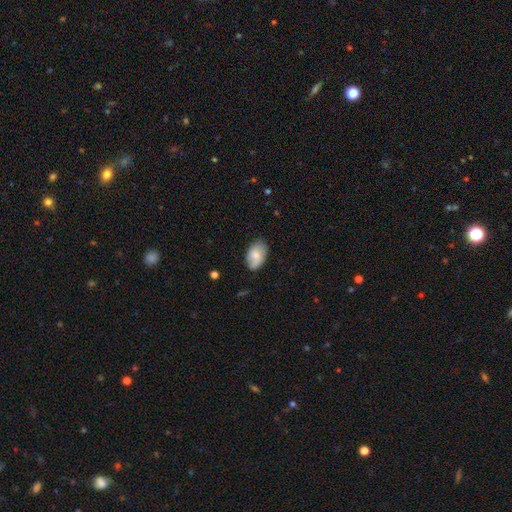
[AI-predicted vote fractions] Smooth or featured?
  - smooth: 71% *
  - featured or disk: 23%
  - star or artifact: 7%
How rounded?
  - in between: 91% *
  - round: 8%
  - cigar-shaped: 1%
Merging?
  - none: 73% *
  - minor disturbance: 21%
  - major disturbance: 4%
  - merger: 1%